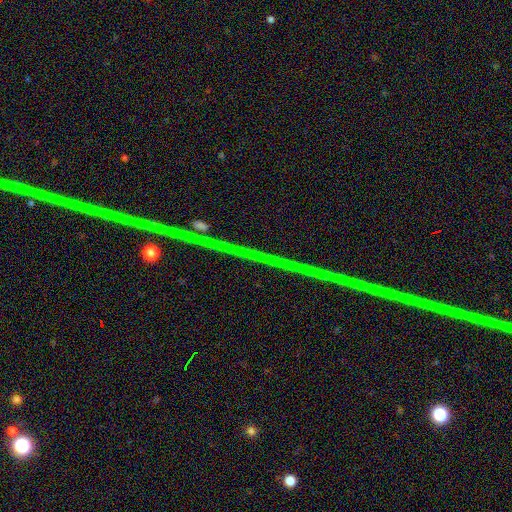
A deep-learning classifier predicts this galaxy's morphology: Q: Smooth or featured?
A: star or artifact (76%); runner-up: featured or disk (15%)